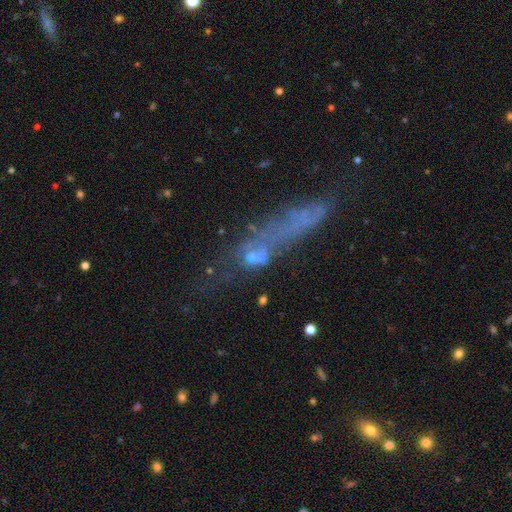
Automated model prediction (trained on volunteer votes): Overall: featured or disk (40%; smooth 34%). Merging: major disturbance (32%; merger 29%).